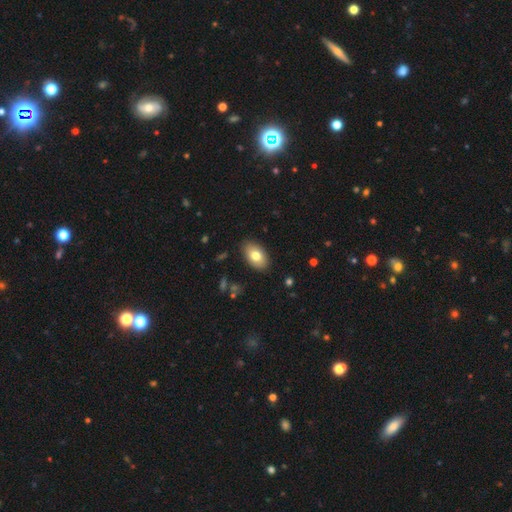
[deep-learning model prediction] smooth 77%, featured or disk 16%, star or artifact 7%. Down the decision tree: how rounded — in between (93%); merging — none (87%).